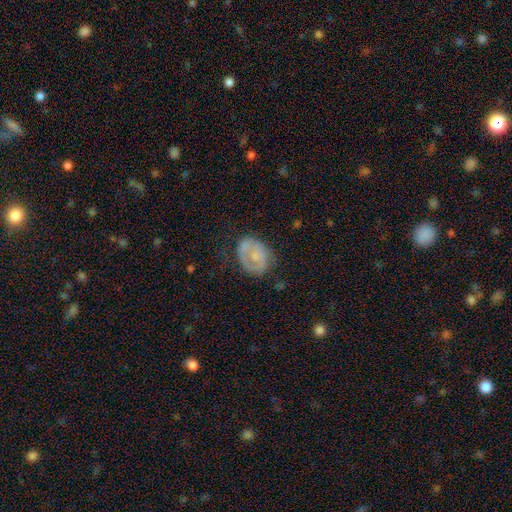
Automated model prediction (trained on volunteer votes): Overall: smooth (48%; featured or disk 44%). Merging: none (58%; minor disturbance 26%).